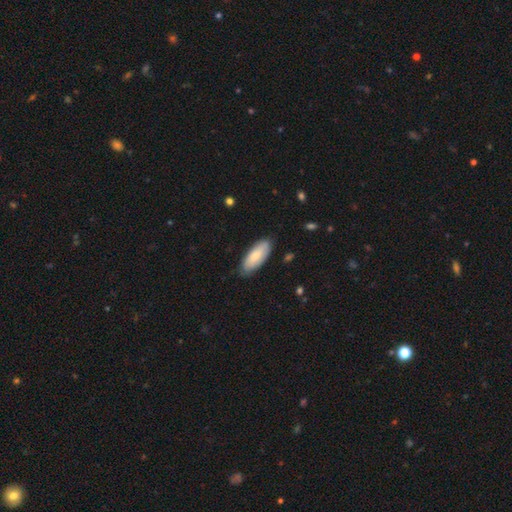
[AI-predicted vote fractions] smooth 78%, featured or disk 17%, star or artifact 5%. Down the decision tree: how rounded — in between (79%); merging — none (80%).